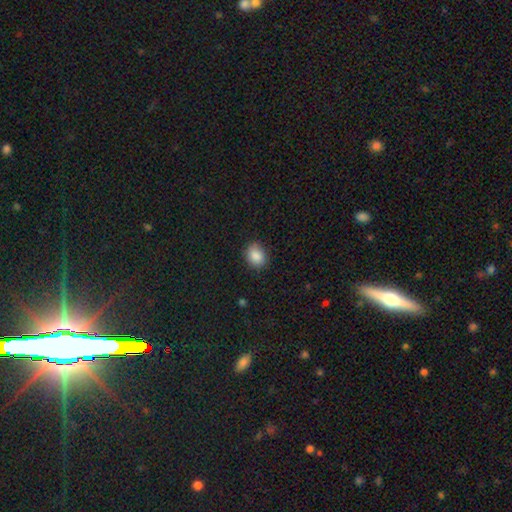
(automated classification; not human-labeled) Smooth or featured?
  - smooth: 87% *
  - star or artifact: 8%
  - featured or disk: 5%
How rounded?
  - round: 51% *
  - in between: 48%
  - cigar-shaped: 1%
Merging?
  - none: 83% *
  - minor disturbance: 13%
  - major disturbance: 3%
  - merger: 1%